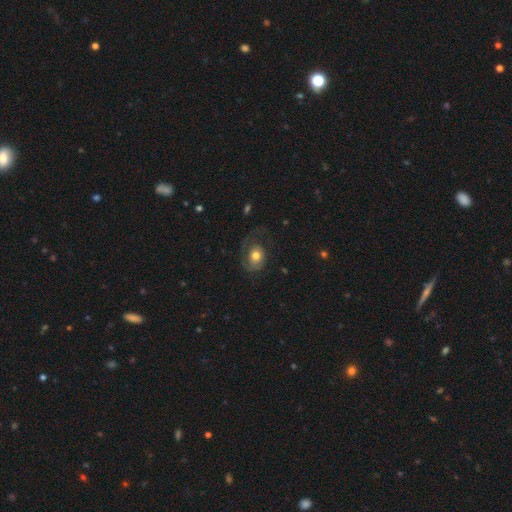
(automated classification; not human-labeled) smooth_or_featured: featured or disk (p=0.46) [tied with: smooth p=0.46]
merging: none (p=0.42) [alt: major disturbance p=0.37]